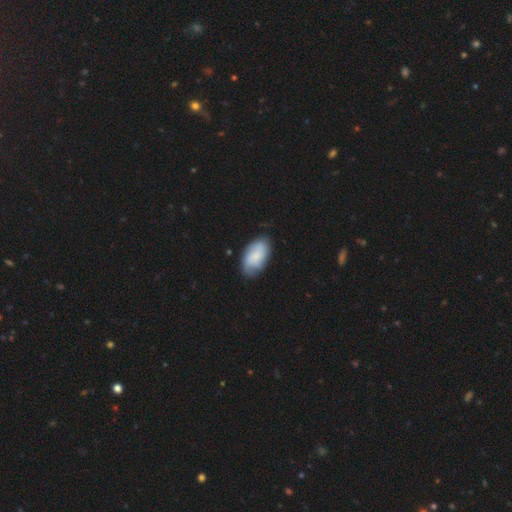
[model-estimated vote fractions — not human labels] The model was most divided on "smooth or featured": smooth: 66%, featured or disk: 27%, star or artifact: 7%. More confident: how rounded — in between (93%); merging — none (74%).